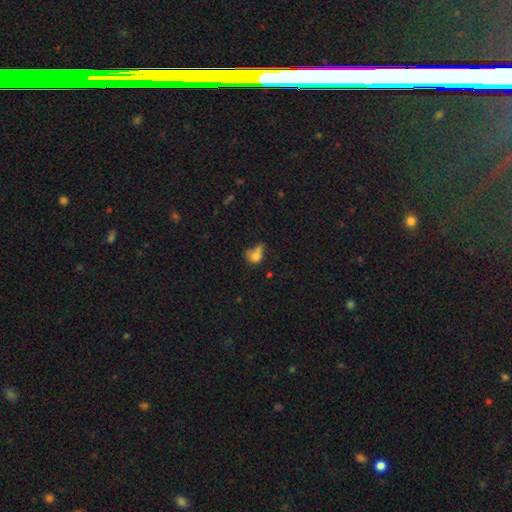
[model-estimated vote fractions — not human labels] smooth 73%, featured or disk 15%, star or artifact 13%. Down the decision tree: how rounded — round (50%); merging — merger (33%).